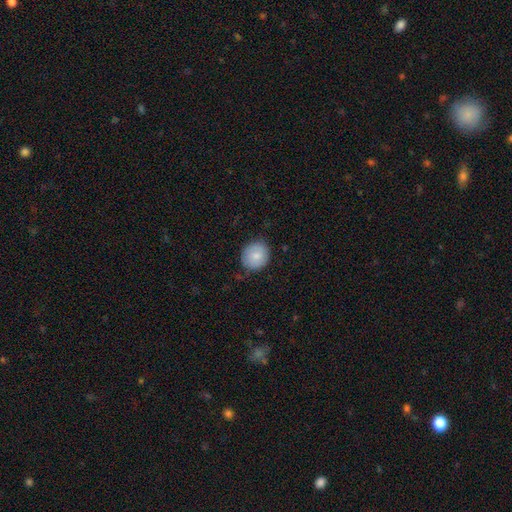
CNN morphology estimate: Overall: smooth (83%). How rounded: round (84%). Merging: none (80%).